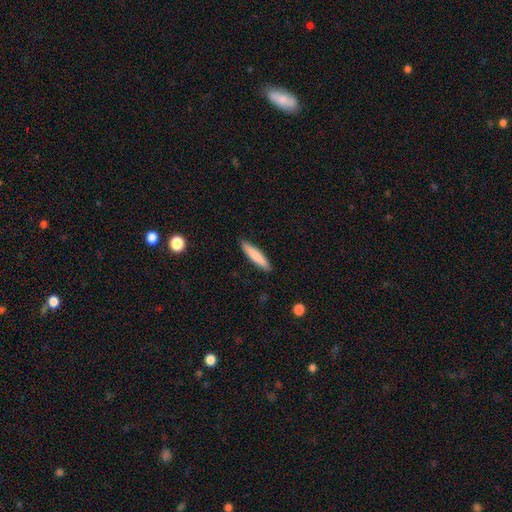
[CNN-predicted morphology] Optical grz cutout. It shows a smooth galaxy with no disk features (83%) that is cigar-shaped (86%). Merging: none (89%).